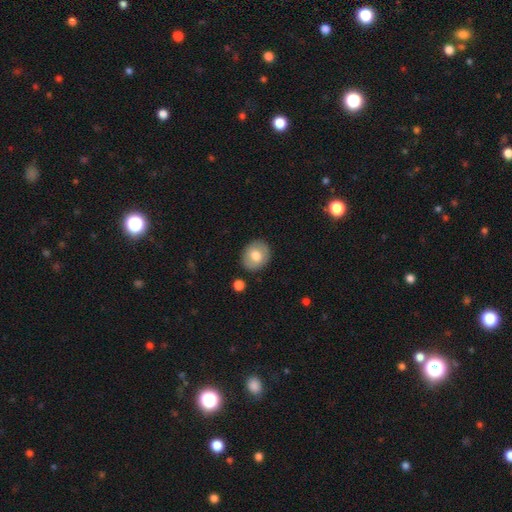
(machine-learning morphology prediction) A smooth galaxy with no disk features (71%) that is round (66%).

Vote fractions:
- Smooth or featured? smooth: 71% / featured or disk: 21% / star or artifact: 7%
- How rounded? round: 66% / in between: 33% / cigar-shaped: 1%
- Merging? none: 87% / minor disturbance: 9% / major disturbance: 2% / merger: 2%